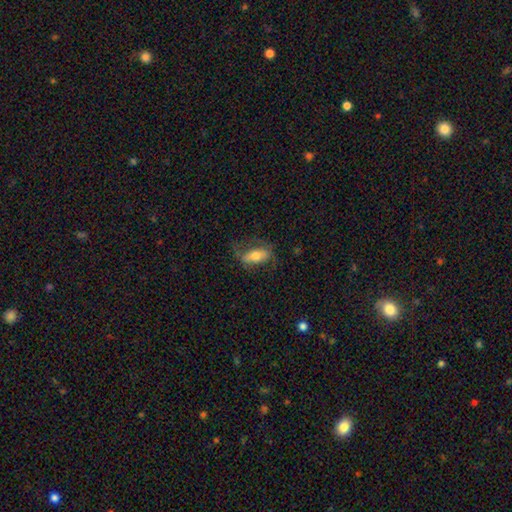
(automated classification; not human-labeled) Morphology: type=smooth (59%); roundness=in between (79%); merging=none (61%).